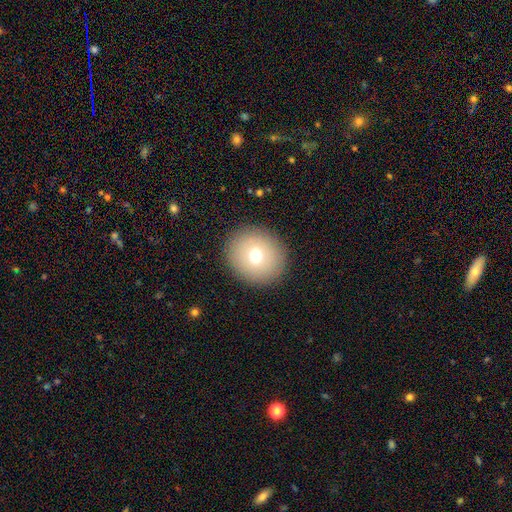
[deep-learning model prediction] A smooth galaxy with no disk features (70%) that is round (86%).

Vote fractions:
- Smooth or featured? smooth: 70% / featured or disk: 17% / star or artifact: 14%
- How rounded? round: 86% / in between: 13% / cigar-shaped: 1%
- Merging? none: 90% / minor disturbance: 6% / major disturbance: 3% / merger: 1%